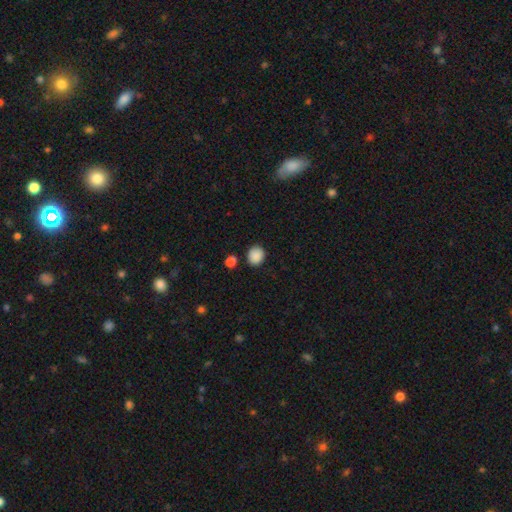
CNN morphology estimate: smooth_or_featured: smooth (p=0.88) [alt: star or artifact p=0.09]
how_rounded: round (p=0.78) [alt: in between p=0.21]
merging: none (p=0.84) [alt: minor disturbance p=0.09]